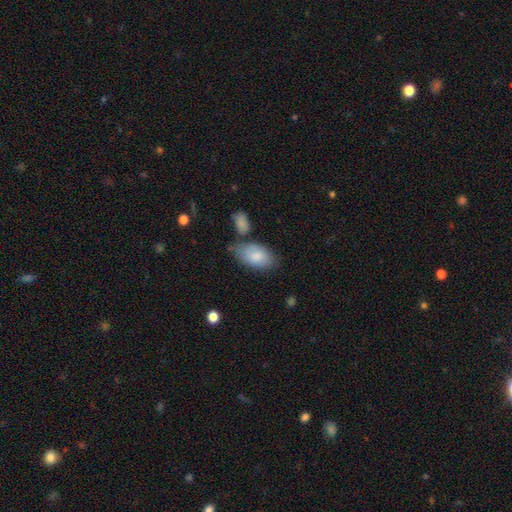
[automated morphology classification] Smooth or featured: smooth — 83% (featured or disk — 11%)
How rounded: in between — 94% (round — 4%)
Merging: none — 54% (minor disturbance — 24%)